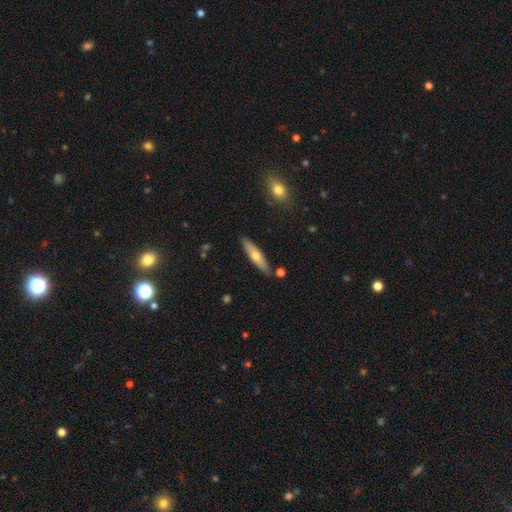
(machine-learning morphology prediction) Smooth or featured? smooth (54%)
How rounded? cigar-shaped (76%)
Merging? none (85%)